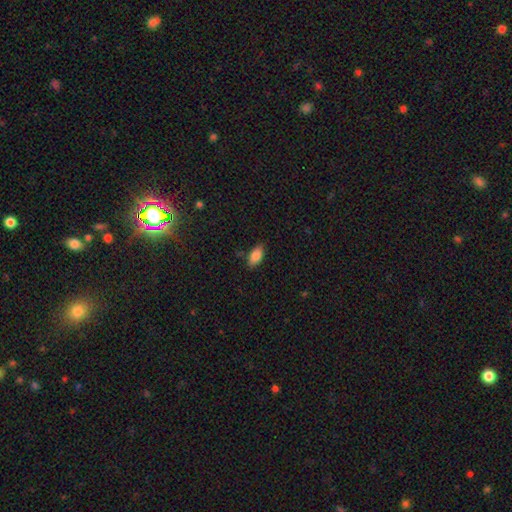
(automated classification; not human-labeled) smooth-or-featured: smooth: 85% | star or artifact: 8% | featured or disk: 7%
  how-rounded: in between: 90% | cigar-shaped: 7% | round: 3%
  merging: none: 81% | minor disturbance: 15% | major disturbance: 3% | merger: 2%